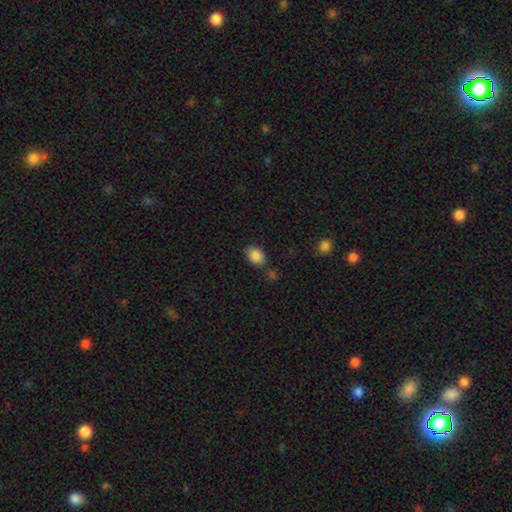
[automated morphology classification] type=smooth (87%); roundness=in between (69%); merging=none (73%).